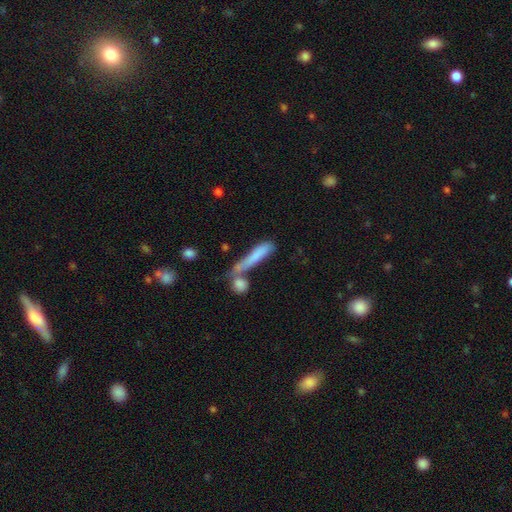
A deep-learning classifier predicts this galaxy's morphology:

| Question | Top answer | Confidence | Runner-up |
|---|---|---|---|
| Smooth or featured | smooth | 71% | featured or disk (20%) |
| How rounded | cigar-shaped | 82% | in between (16%) |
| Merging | none | 41% | merger (32%) |